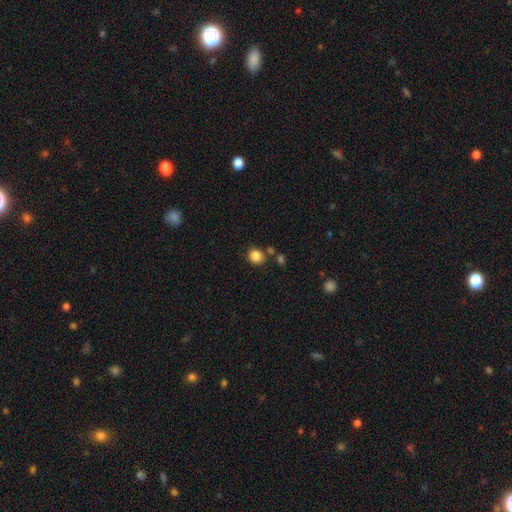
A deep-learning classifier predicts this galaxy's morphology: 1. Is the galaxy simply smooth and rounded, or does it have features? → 85% smooth, 10% star or artifact, 5% featured or disk.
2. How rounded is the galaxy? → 74% round, 25% in between, 1% cigar-shaped.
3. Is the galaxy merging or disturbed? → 74% none, 12% minor disturbance, 11% merger, 3% major disturbance.